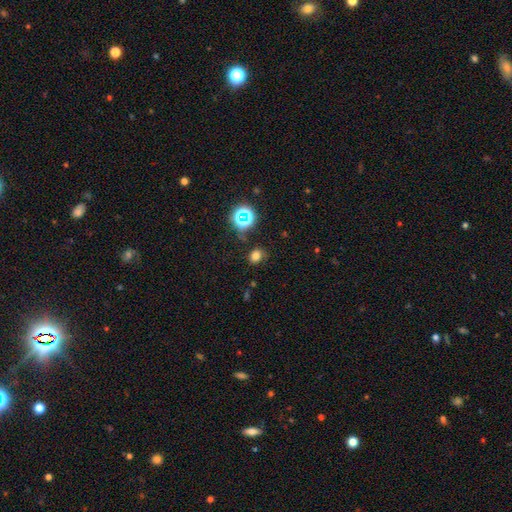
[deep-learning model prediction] Overall: smooth (69%). How rounded: round (56%; in between 43%). Merging: none (73%).